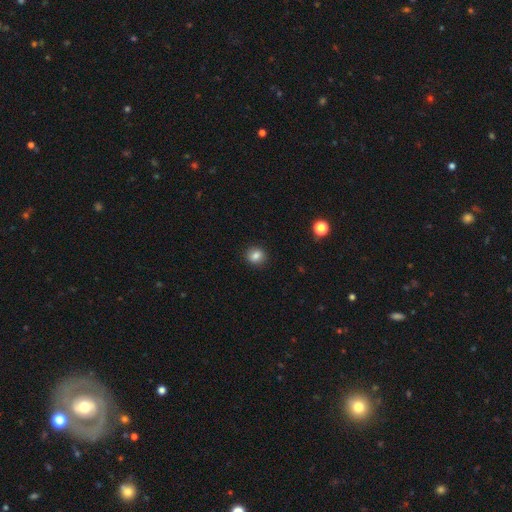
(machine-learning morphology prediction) smooth 83%, star or artifact 11%, featured or disk 6%. Down the decision tree: how rounded — round (76%); merging — none (90%).